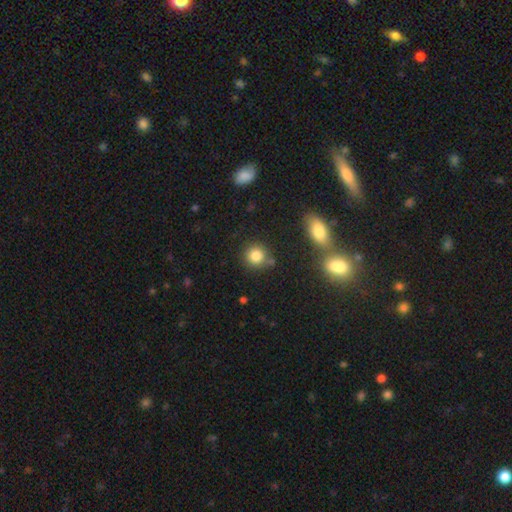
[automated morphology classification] type=smooth (83%); roundness=round (89%); merging=none (77%).